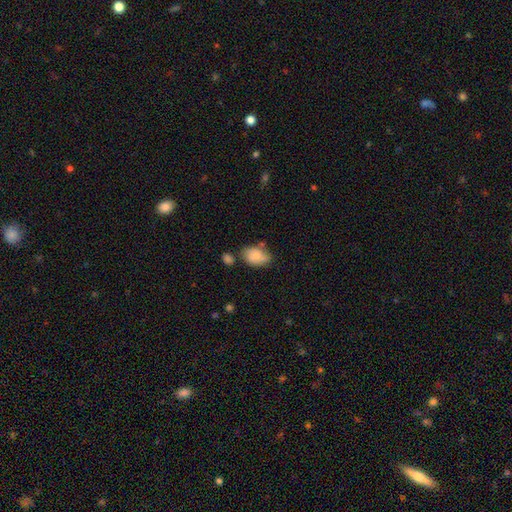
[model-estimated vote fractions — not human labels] smooth_or_featured: smooth (p=0.81) [alt: featured or disk p=0.11]
how_rounded: in between (p=0.85) [alt: round p=0.13]
merging: none (p=0.54) [alt: minor disturbance p=0.27]